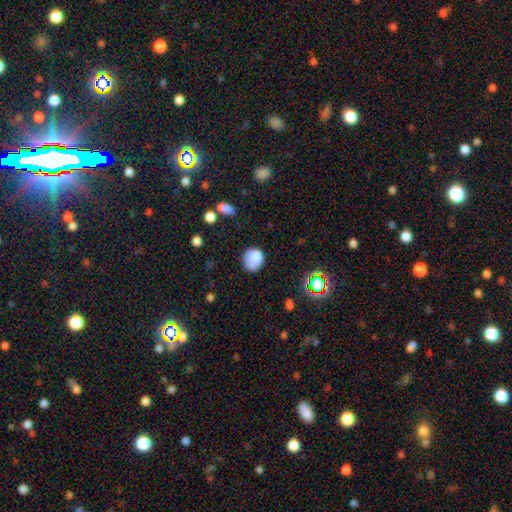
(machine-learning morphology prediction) Q: Smooth or featured?
A: smooth (78%); runner-up: star or artifact (11%)
Q: How rounded?
A: round (64%); runner-up: in between (36%)
Q: Merging?
A: none (53%); runner-up: minor disturbance (28%)